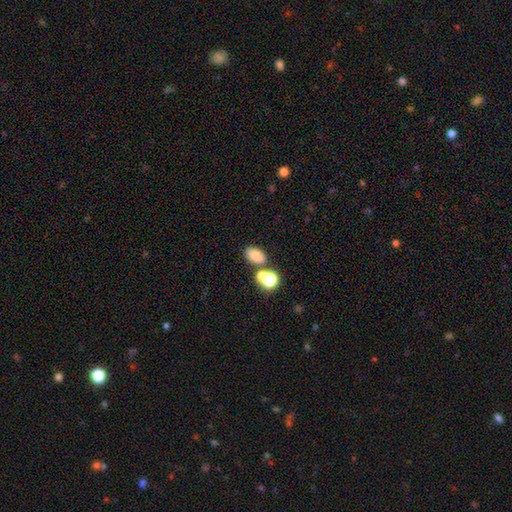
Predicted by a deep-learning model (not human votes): Morphology: type=smooth (77%); roundness=in between (82%); merging=none (60%).